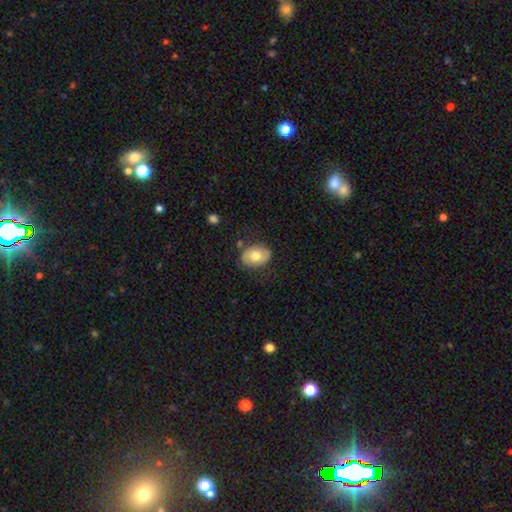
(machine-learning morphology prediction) This appears to be a smooth galaxy with no disk features (66%) that is in between round and cigar-shaped (73%). Merging: none (76%).